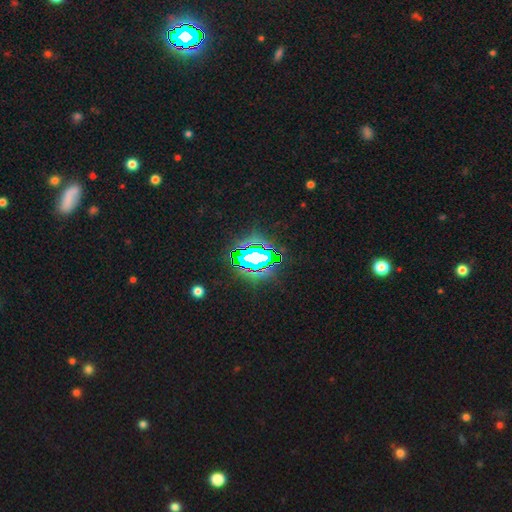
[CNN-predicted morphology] A star or artifact, not a galaxy (73%).